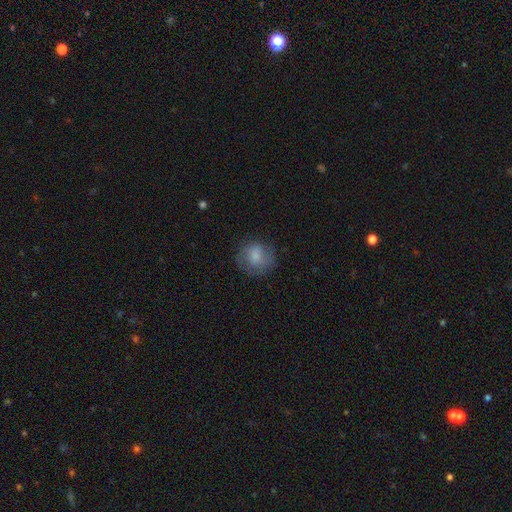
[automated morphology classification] smooth_or_featured: smooth (p=0.73) [alt: featured or disk p=0.19]
how_rounded: round (p=0.82) [alt: in between p=0.17]
merging: none (p=0.71) [alt: minor disturbance p=0.19]